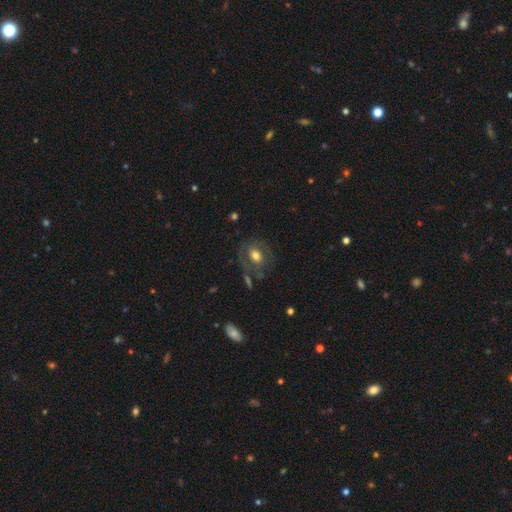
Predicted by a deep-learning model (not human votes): Morphology: type=smooth (49%); merging=none (66%).